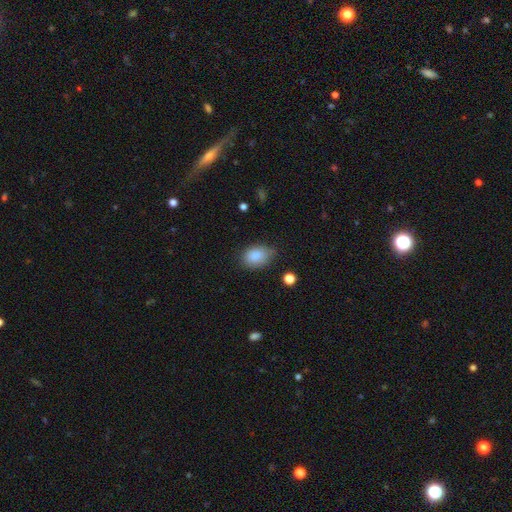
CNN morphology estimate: This is clearly a smooth galaxy (85%). How rounded: likely in between (74%). Merging: likely none (67%).